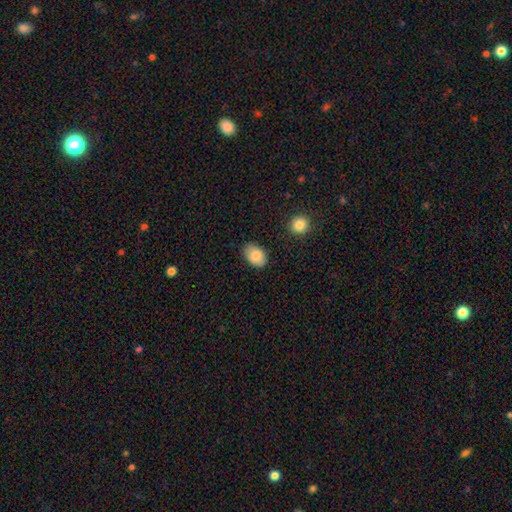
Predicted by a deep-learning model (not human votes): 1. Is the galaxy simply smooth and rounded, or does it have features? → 84% smooth, 9% featured or disk, 7% star or artifact.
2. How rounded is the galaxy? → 87% in between, 12% round, 1% cigar-shaped.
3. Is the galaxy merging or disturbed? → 85% none, 11% minor disturbance, 2% major disturbance, 2% merger.